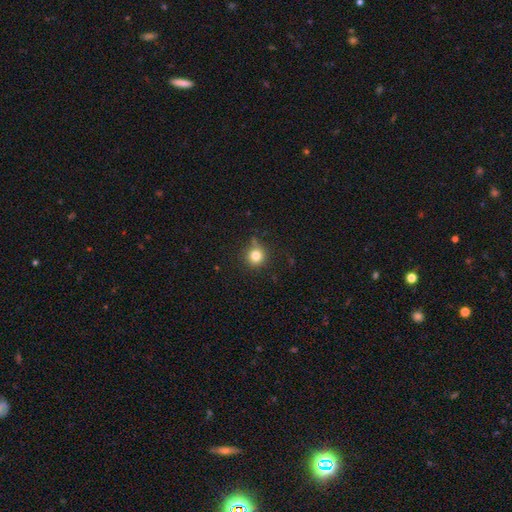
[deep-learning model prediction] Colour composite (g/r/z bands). It shows a smooth galaxy with no disk features (81%) that is round (93%). Merging: none (81%).